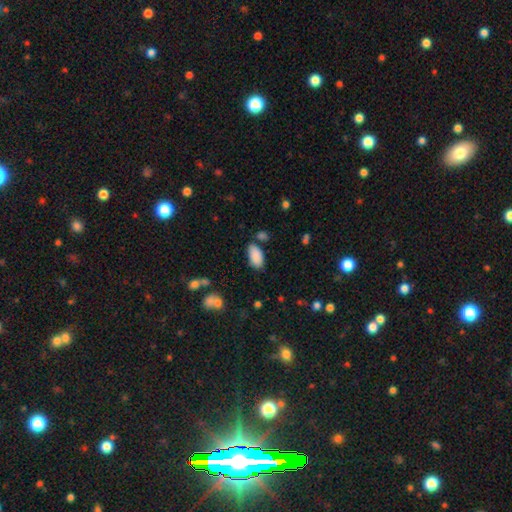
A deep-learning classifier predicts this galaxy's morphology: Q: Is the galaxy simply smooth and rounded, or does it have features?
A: smooth — 89%.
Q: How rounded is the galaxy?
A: in between — 94%.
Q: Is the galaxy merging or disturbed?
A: none — 75%.